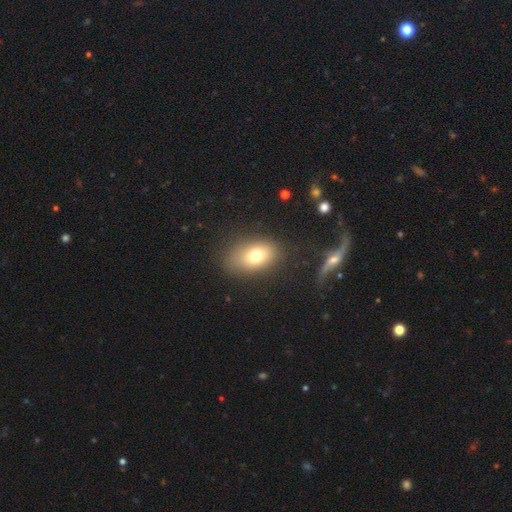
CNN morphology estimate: smooth_or_featured: smooth (p=0.75) [alt: featured or disk p=0.14]
how_rounded: in between (p=0.82) [alt: round p=0.16]
merging: none (p=0.80) [alt: minor disturbance p=0.12]